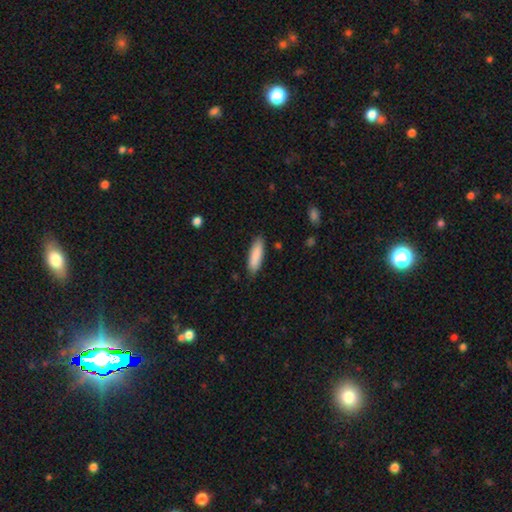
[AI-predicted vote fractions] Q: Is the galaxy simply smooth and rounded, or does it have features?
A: smooth — 88%.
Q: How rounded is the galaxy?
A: cigar-shaped — 54%.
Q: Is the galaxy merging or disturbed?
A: none — 85%.